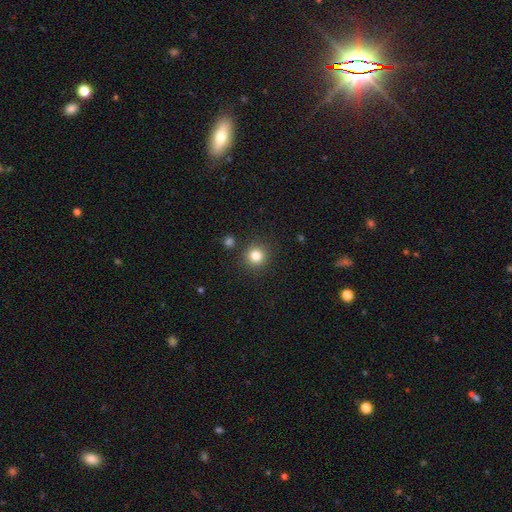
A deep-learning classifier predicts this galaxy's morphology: Overall: smooth (82%). How rounded: round (92%). Merging: none (88%).